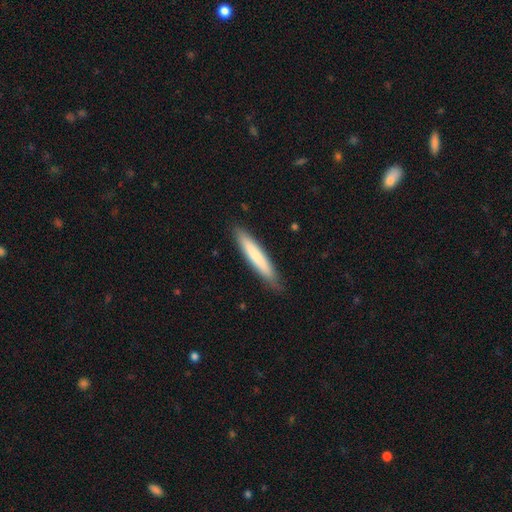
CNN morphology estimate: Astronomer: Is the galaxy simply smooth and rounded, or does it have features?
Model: smooth — 74%.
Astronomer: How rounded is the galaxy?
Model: cigar-shaped — 93%.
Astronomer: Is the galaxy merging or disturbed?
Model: none — 87%.